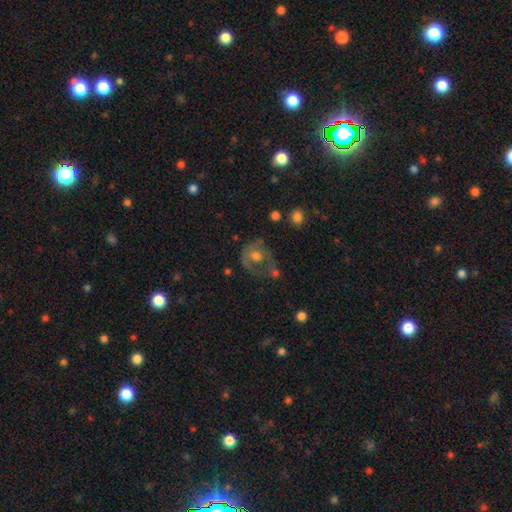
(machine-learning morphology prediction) The model was most divided on "smooth or featured": featured or disk: 47%, smooth: 44%, star or artifact: 10%. Remaining: merging — none (35%).